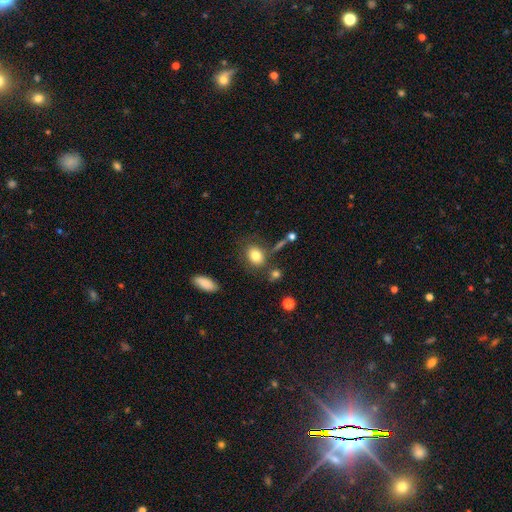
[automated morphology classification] Smooth or featured? smooth (80%)
How rounded? in between (56%)
Merging? none (71%)